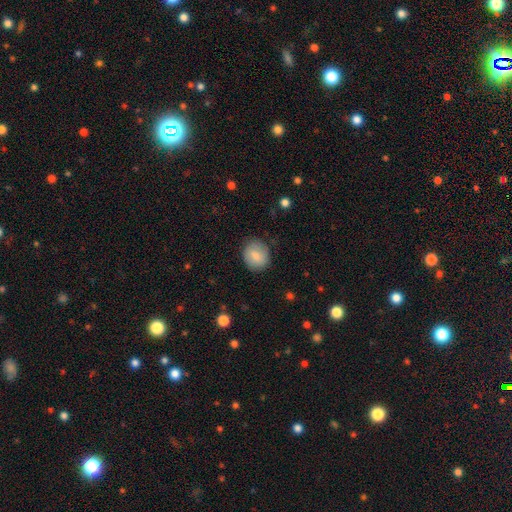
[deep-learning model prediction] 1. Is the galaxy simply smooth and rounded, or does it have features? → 81% smooth, 12% featured or disk, 7% star or artifact.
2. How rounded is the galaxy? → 68% round, 31% in between, 1% cigar-shaped.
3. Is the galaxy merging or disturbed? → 82% none, 13% minor disturbance, 4% major disturbance, 1% merger.